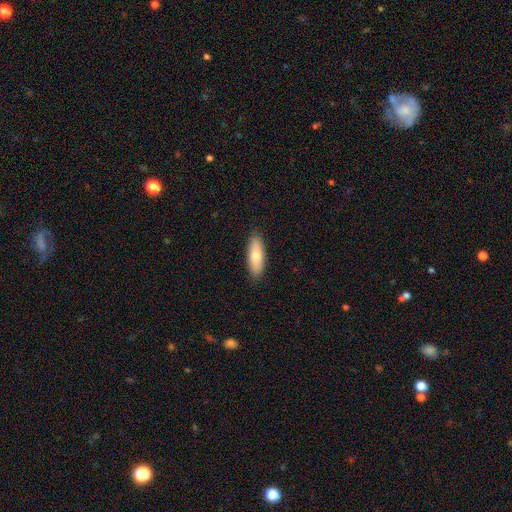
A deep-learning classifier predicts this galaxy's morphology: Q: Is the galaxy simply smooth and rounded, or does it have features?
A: smooth — 75%.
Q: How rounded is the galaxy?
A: in between — 59%.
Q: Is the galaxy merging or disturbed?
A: none — 89%.